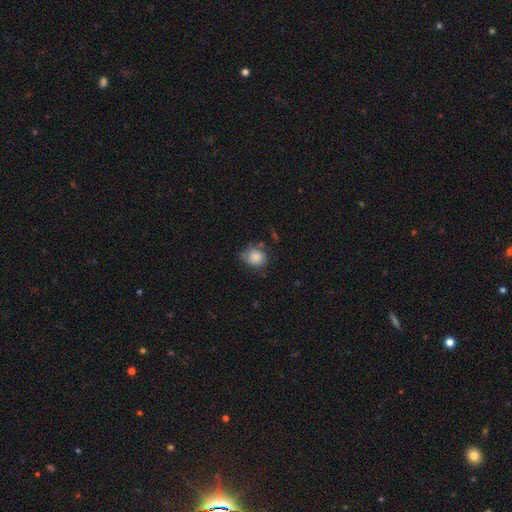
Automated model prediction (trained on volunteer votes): Smooth or featured: smooth — 84% (star or artifact — 9%)
How rounded: round — 74% (in between — 25%)
Merging: none — 57% (minor disturbance — 29%)